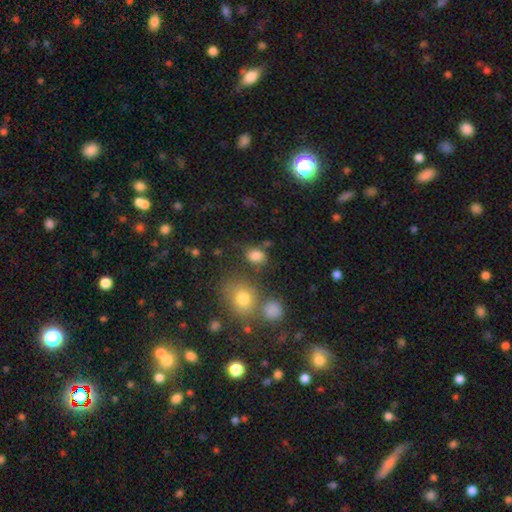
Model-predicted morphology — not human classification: Smooth or featured? Predicted: smooth (p=0.80). How rounded? Predicted: in between (p=0.60). Merging? Predicted: none (p=0.64).